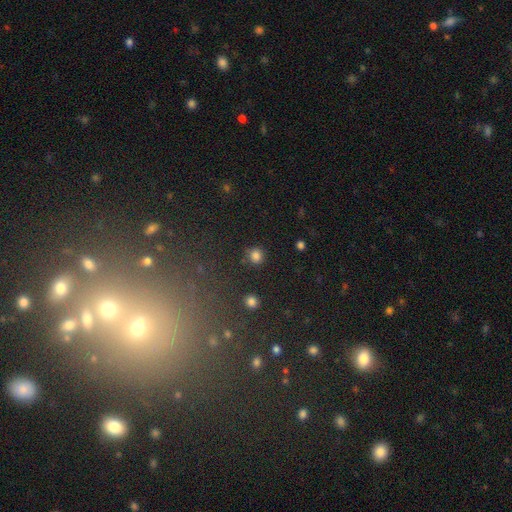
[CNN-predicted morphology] Smooth or featured? Predicted: smooth (p=0.82). How rounded? Predicted: round (p=0.90). Merging? Predicted: none (p=0.86).